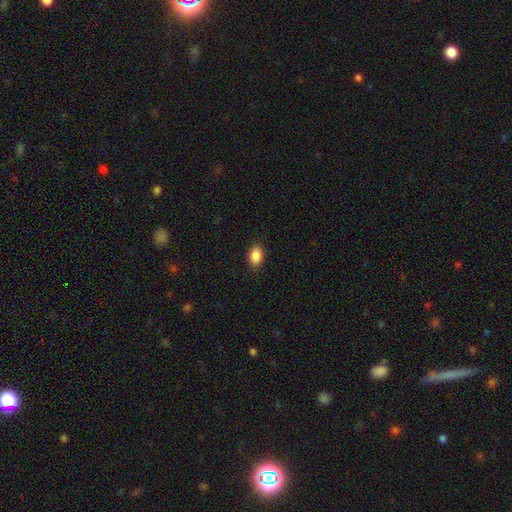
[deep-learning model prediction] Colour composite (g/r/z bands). It shows a smooth galaxy with no disk features (89%) that is in between round and cigar-shaped (85%). Merging: none (90%).